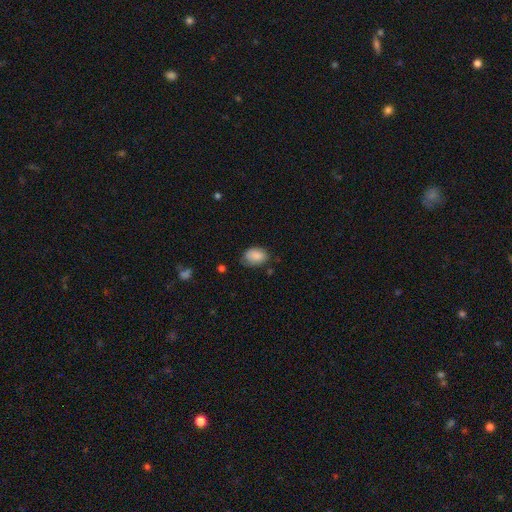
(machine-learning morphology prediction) A smooth galaxy with no disk features (86%) that is in between round and cigar-shaped (83%).

Vote fractions:
- Smooth or featured? smooth: 86% / star or artifact: 7% / featured or disk: 7%
- How rounded? in between: 83% / round: 16% / cigar-shaped: 1%
- Merging? none: 64% / minor disturbance: 28% / major disturbance: 6% / merger: 2%